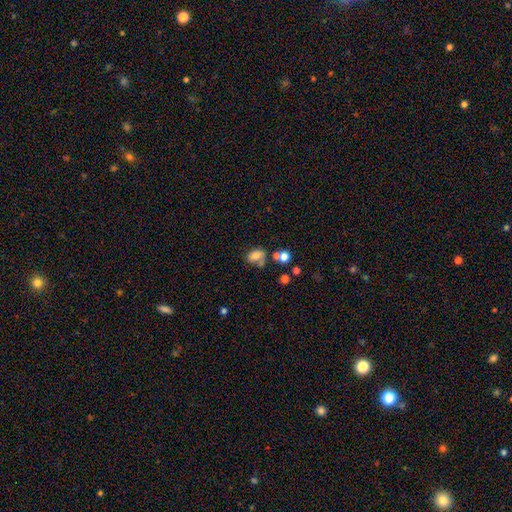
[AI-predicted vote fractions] The model was most divided on "merging": none: 37%, minor disturbance: 24%, merger: 21%, major disturbance: 18%. More confident: how rounded — in between (74%); smooth or featured — smooth (67%).